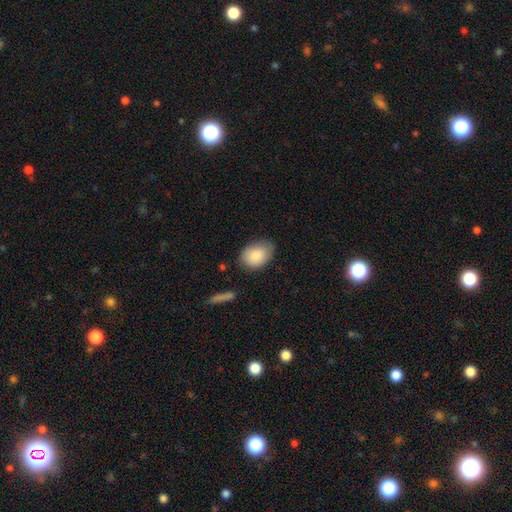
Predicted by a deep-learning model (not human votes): Q: Smooth or featured?
A: smooth (85%); runner-up: featured or disk (9%)
Q: How rounded?
A: in between (80%); runner-up: round (19%)
Q: Merging?
A: none (75%); runner-up: minor disturbance (19%)